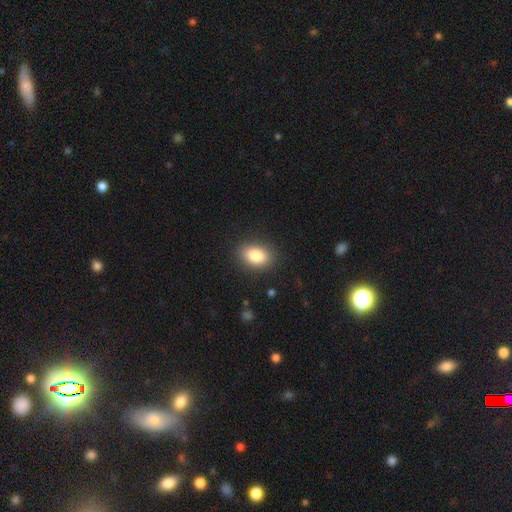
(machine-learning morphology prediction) Q: Smooth or featured?
A: smooth (83%); runner-up: star or artifact (9%)
Q: How rounded?
A: in between (79%); runner-up: round (20%)
Q: Merging?
A: none (88%); runner-up: minor disturbance (9%)